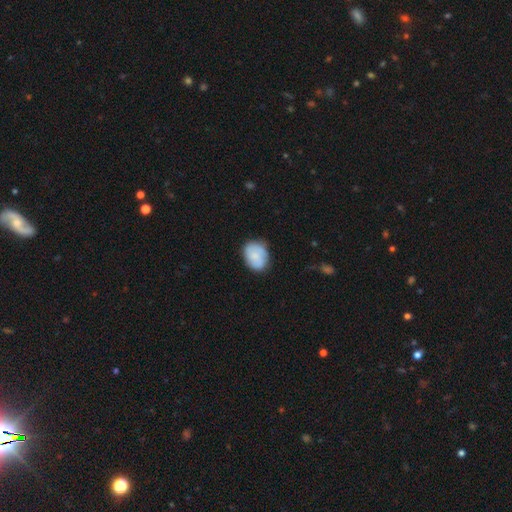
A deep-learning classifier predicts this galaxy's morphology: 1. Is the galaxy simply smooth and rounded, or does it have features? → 64% smooth, 29% featured or disk, 7% star or artifact.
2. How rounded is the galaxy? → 60% in between, 39% round, 1% cigar-shaped.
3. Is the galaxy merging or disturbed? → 74% none, 20% minor disturbance, 5% major disturbance, 1% merger.